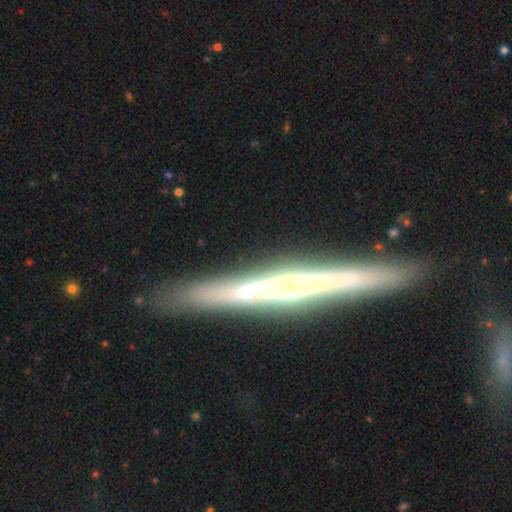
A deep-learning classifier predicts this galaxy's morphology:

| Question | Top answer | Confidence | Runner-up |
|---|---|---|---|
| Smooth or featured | featured or disk | 71% | smooth (22%) |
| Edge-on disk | yes | 92% | no (8%) |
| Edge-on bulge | none | 52% | rounded (37%) |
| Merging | none | 85% | minor disturbance (10%) |